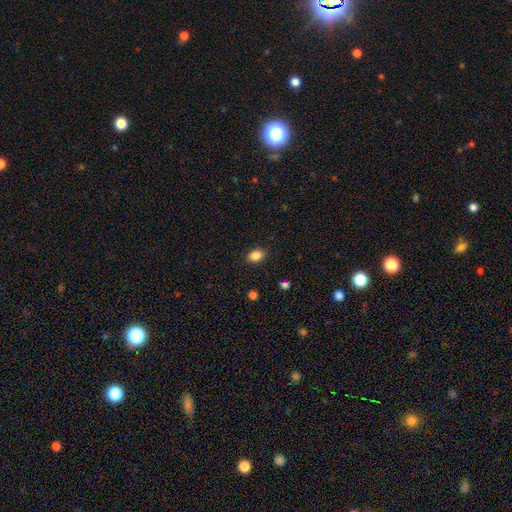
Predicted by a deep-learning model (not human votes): A smooth galaxy with no disk features (85%) that is in between round and cigar-shaped (74%).

Vote fractions:
- Smooth or featured? smooth: 85% / star or artifact: 10% / featured or disk: 5%
- How rounded? in between: 74% / round: 25% / cigar-shaped: 1%
- Merging? none: 87% / minor disturbance: 10% / major disturbance: 2% / merger: 1%